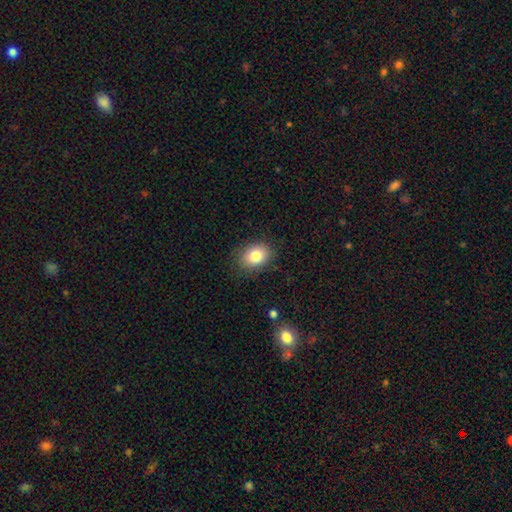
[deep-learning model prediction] This appears to be a smooth galaxy with no disk features (83%) that is in between round and cigar-shaped (68%). Merging: none (85%).